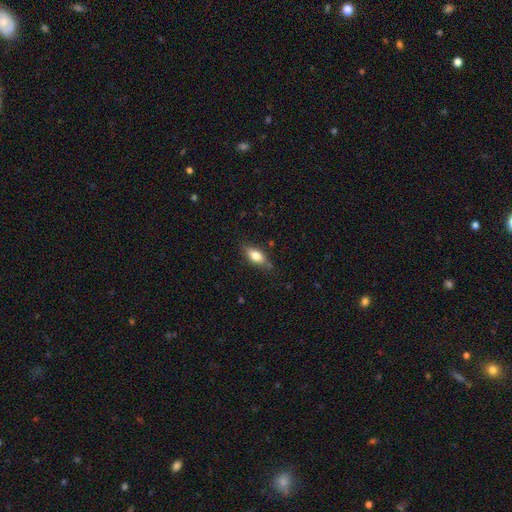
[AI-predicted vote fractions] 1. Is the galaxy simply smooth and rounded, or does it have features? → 74% smooth, 19% featured or disk, 7% star or artifact.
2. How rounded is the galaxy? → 80% in between, 15% cigar-shaped, 5% round.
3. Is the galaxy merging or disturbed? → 74% none, 20% minor disturbance, 4% major disturbance, 2% merger.